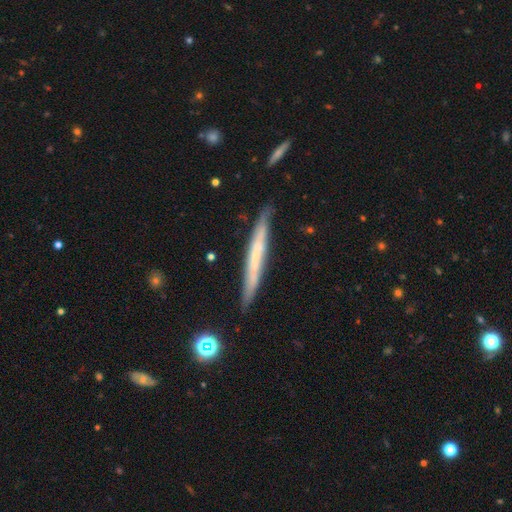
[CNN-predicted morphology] Smooth or featured? Predicted: featured or disk (p=0.54). Edge-on disk? Predicted: yes (p=0.92). Merging? Predicted: none (p=0.83).